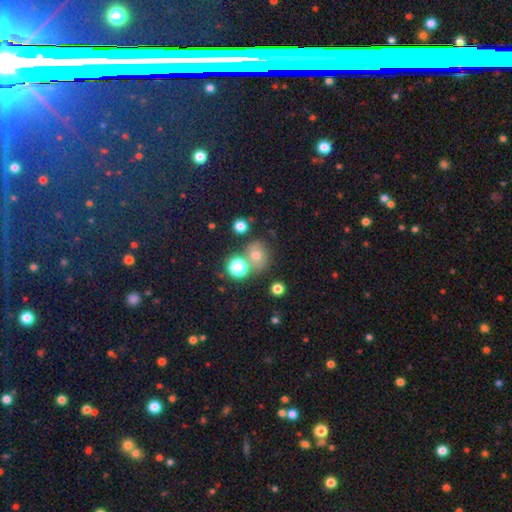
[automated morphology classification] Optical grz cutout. It shows a smooth galaxy with no disk features (63%) that is round (76%). Merging: none (64%).